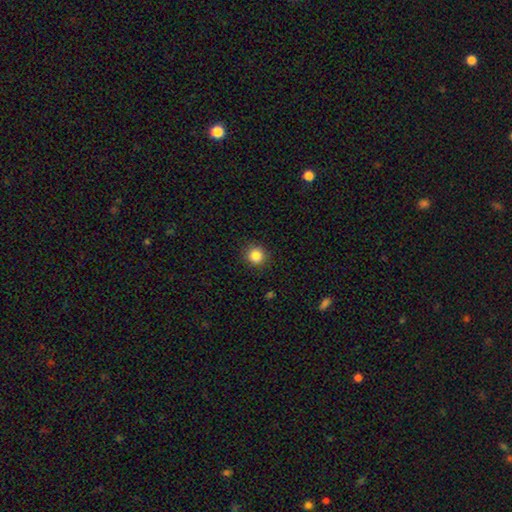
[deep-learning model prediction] A smooth galaxy with no disk features (85%) that is round (92%).

Vote fractions:
- Smooth or featured? smooth: 85% / star or artifact: 11% / featured or disk: 4%
- How rounded? round: 92% / in between: 7% / cigar-shaped: 1%
- Merging? none: 90% / minor disturbance: 7% / major disturbance: 2% / merger: 1%